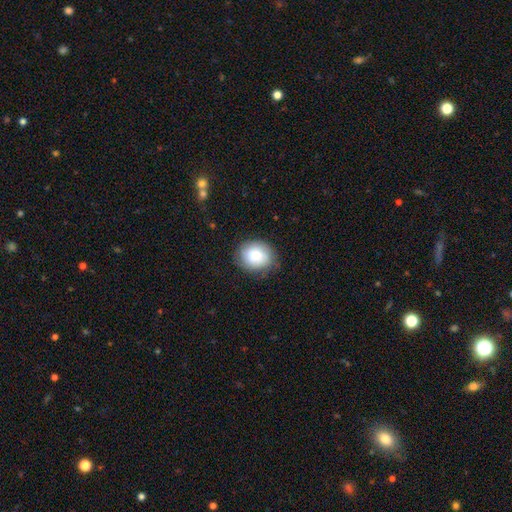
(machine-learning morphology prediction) Smooth or featured? Predicted: smooth (p=0.77). How rounded? Predicted: round (p=0.65). Merging? Predicted: none (p=0.79).